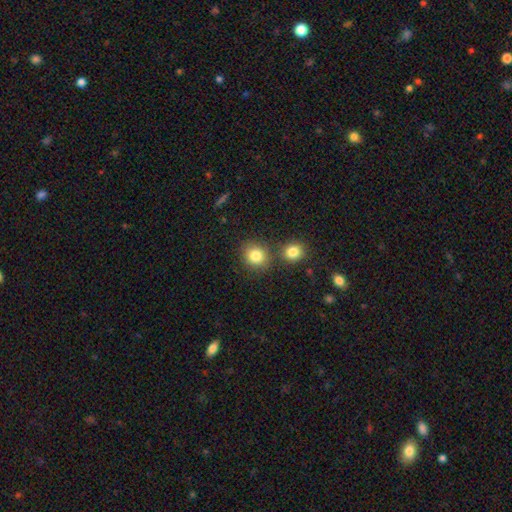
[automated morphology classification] A smooth galaxy with no disk features (83%) that is round (79%).

Vote fractions:
- Smooth or featured? smooth: 83% / star or artifact: 11% / featured or disk: 6%
- How rounded? round: 79% / in between: 20% / cigar-shaped: 1%
- Merging? none: 71% / merger: 17% / minor disturbance: 9% / major disturbance: 3%